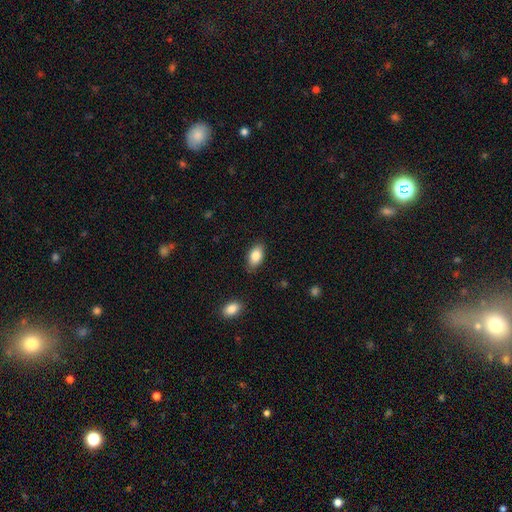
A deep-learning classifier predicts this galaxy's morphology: type=smooth (85%); roundness=in between (91%); merging=none (83%).